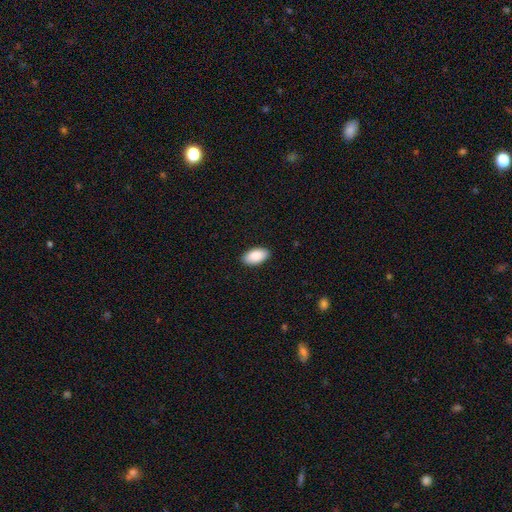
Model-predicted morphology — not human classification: smooth_or_featured: smooth (p=0.90) [alt: star or artifact p=0.06]
how_rounded: in between (p=0.96) [alt: round p=0.02]
merging: none (p=0.89) [alt: minor disturbance p=0.08]